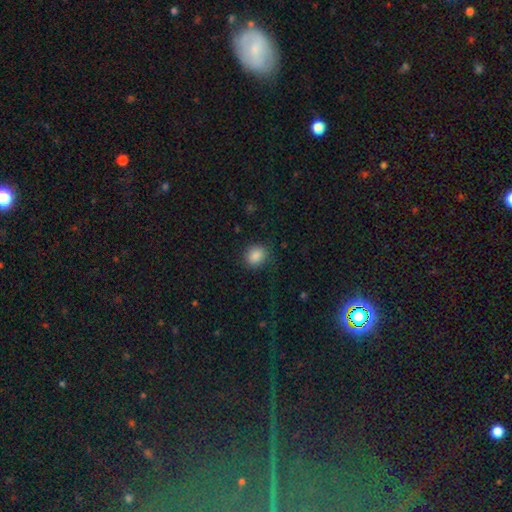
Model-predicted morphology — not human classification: Smooth or featured? smooth (87%)
How rounded? round (66%)
Merging? none (84%)